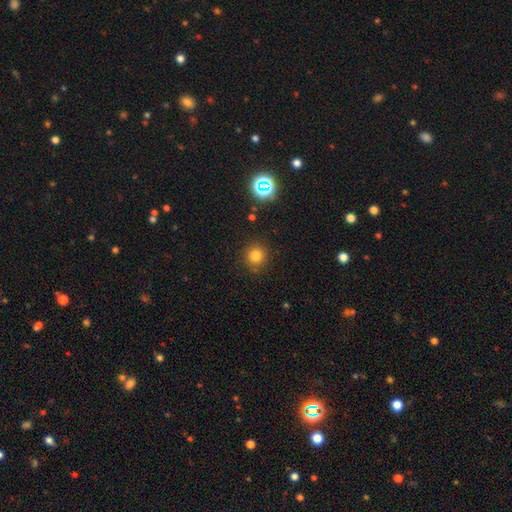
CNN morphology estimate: smooth_or_featured: smooth (p=0.79) [alt: star or artifact p=0.15]
how_rounded: round (p=0.91) [alt: in between p=0.08]
merging: none (p=0.87) [alt: minor disturbance p=0.08]